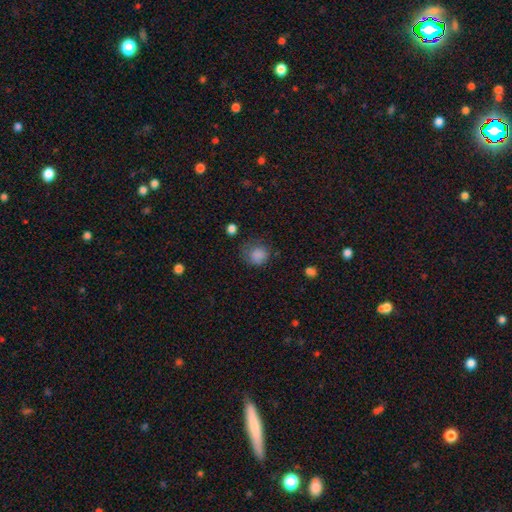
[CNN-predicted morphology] Smooth or featured: smooth — 80% (star or artifact — 13%)
How rounded: round — 80% (in between — 19%)
Merging: none — 63% (minor disturbance — 24%)